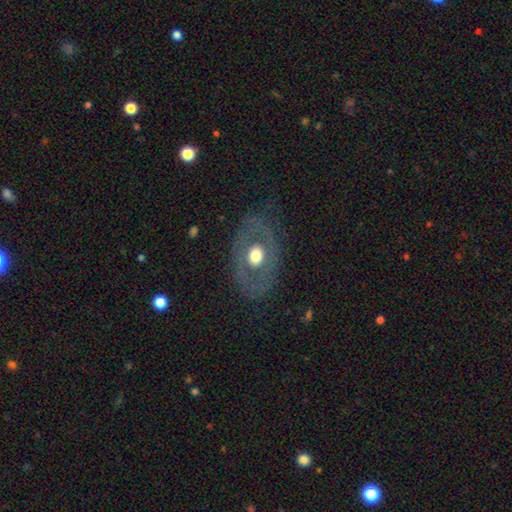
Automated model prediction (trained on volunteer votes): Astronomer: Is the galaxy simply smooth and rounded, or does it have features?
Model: featured or disk — 49% (runner-up: smooth, 44%).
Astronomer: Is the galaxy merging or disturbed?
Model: none — 76%.